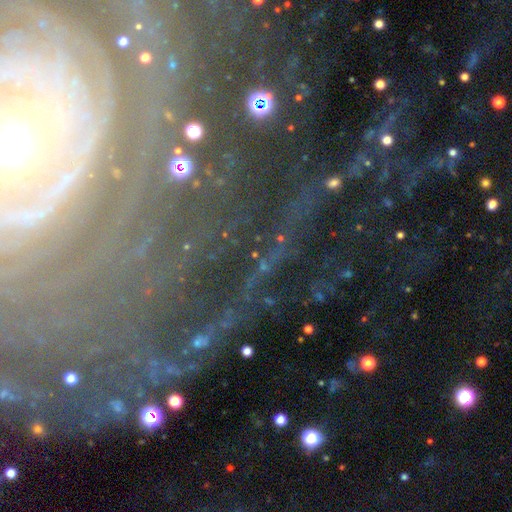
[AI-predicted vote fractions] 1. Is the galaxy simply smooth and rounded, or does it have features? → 65% star or artifact, 23% featured or disk, 12% smooth.